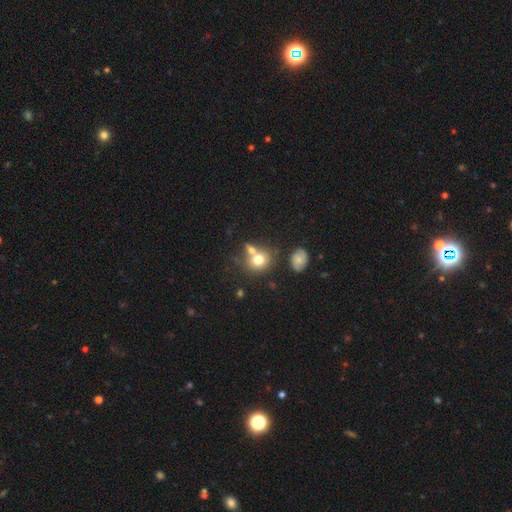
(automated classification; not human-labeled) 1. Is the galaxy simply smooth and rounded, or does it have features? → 71% smooth, 15% featured or disk, 14% star or artifact.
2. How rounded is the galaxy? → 70% round, 29% in between, 1% cigar-shaped.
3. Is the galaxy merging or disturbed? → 49% none, 35% merger, 11% minor disturbance, 5% major disturbance.